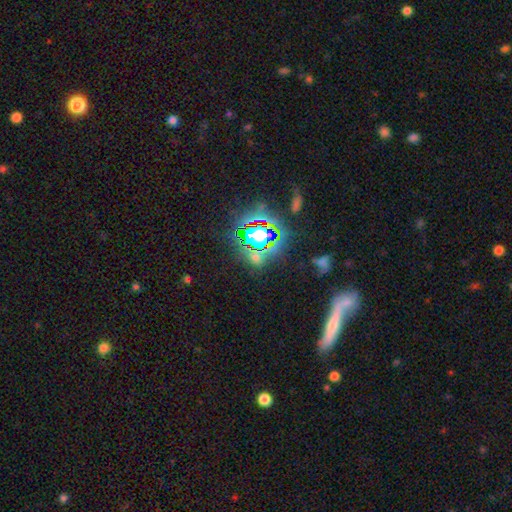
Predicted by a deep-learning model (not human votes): Smooth or featured: star or artifact — 68% (smooth — 19%)